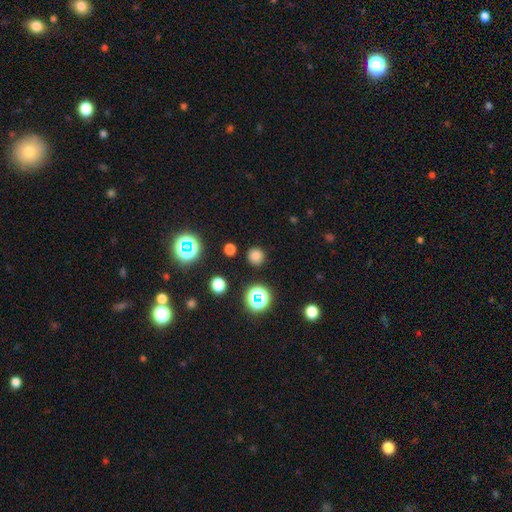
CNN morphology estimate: Smooth or featured? smooth (74%)
How rounded? round (92%)
Merging? none (88%)